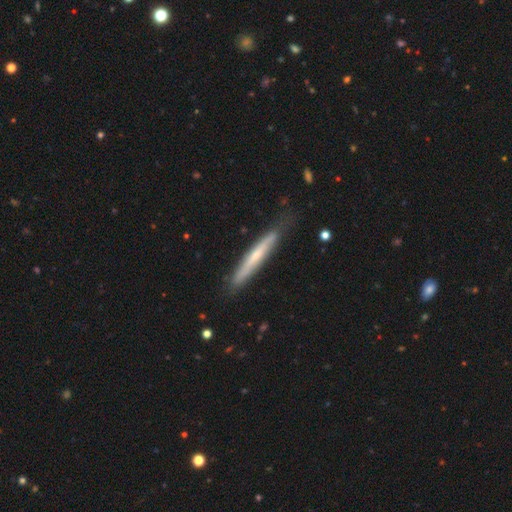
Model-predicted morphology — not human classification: This appears to be a featured or disk galaxy (49%). Merging: none (78%).